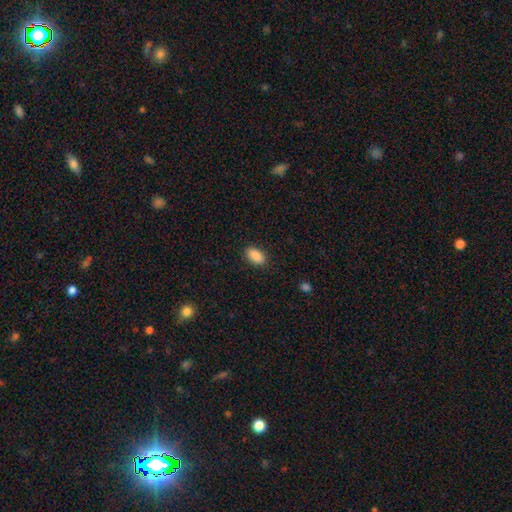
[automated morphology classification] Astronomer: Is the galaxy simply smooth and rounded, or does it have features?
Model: smooth — 89%.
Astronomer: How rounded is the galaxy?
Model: in between — 92%.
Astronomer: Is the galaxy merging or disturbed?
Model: none — 88%.